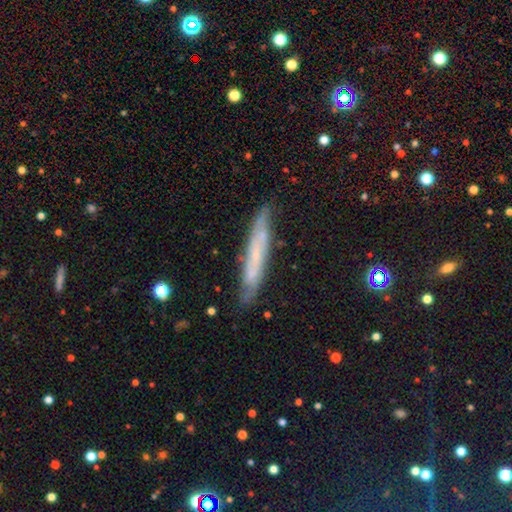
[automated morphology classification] Q: Smooth or featured?
A: featured or disk (50%); runner-up: smooth (39%)
Q: Edge-on disk?
A: yes (75%); runner-up: no (25%)
Q: Merging?
A: none (83%); runner-up: minor disturbance (13%)